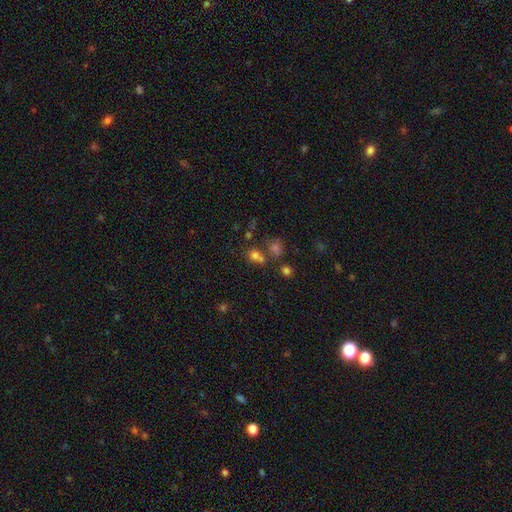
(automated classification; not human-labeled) Smooth or featured? Predicted: smooth (p=0.70). How rounded? Predicted: round (p=0.70). Merging? Predicted: none (p=0.48).